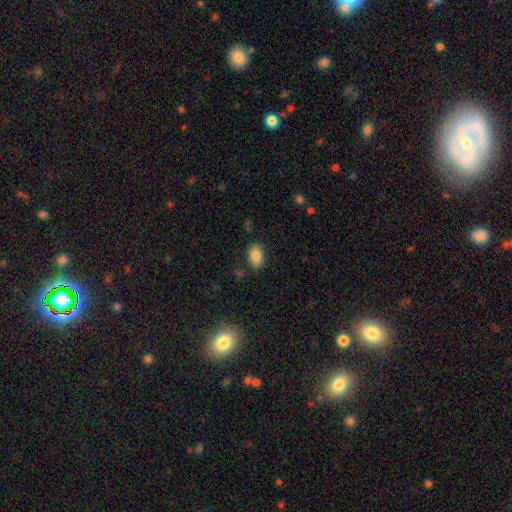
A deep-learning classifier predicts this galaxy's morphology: Overall: smooth (85%). How rounded: in between (90%). Merging: none (82%).